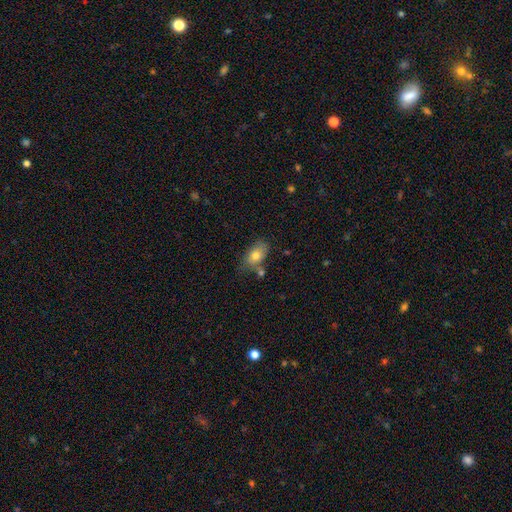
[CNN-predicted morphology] Smooth or featured: smooth — 76% (featured or disk — 16%)
How rounded: in between — 87% (round — 11%)
Merging: none — 60% (minor disturbance — 21%)